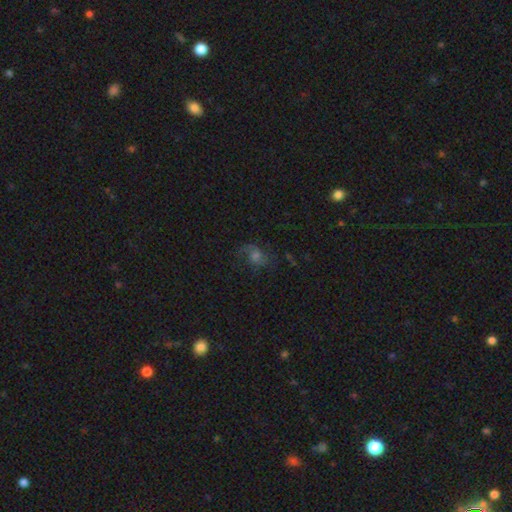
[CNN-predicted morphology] Q: Smooth or featured?
A: featured or disk (53%); runner-up: smooth (26%)
Q: Edge-on disk?
A: no (96%); runner-up: yes (4%)
Q: Bar?
A: no (64%); runner-up: weak (30%)
Q: Spiral arms?
A: yes (89%); runner-up: no (11%)
Q: Bulge size?
A: moderate (44%); runner-up: small (31%)
Q: Merging?
A: none (64%); runner-up: minor disturbance (19%)